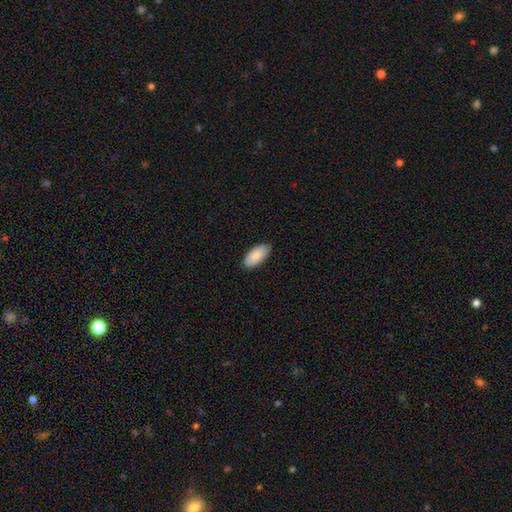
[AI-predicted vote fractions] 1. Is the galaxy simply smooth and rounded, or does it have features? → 89% smooth, 6% featured or disk, 6% star or artifact.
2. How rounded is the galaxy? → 93% in between, 5% cigar-shaped, 2% round.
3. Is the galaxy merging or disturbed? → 87% none, 11% minor disturbance, 2% major disturbance, 1% merger.